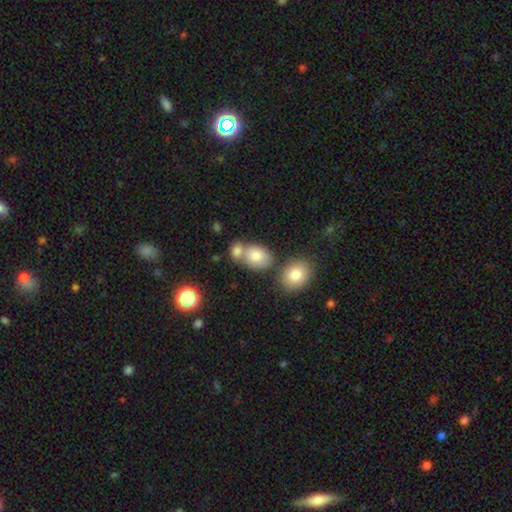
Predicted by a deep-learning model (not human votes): Smooth or featured? Predicted: smooth (p=0.81). How rounded? Predicted: in between (p=0.61). Merging? Predicted: none (p=0.44).